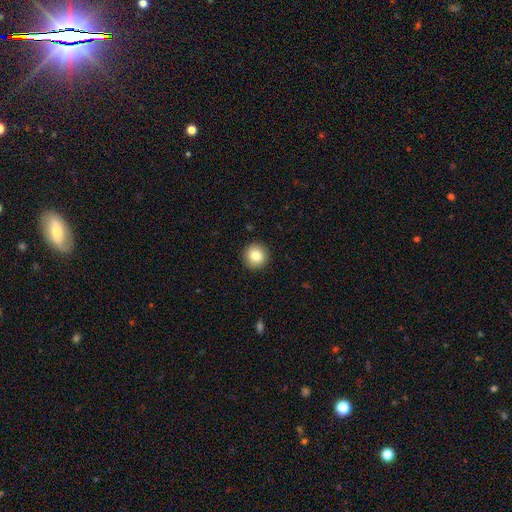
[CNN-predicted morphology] smooth_or_featured: smooth (p=0.83) [alt: star or artifact p=0.09]
how_rounded: round (p=0.95) [alt: in between p=0.04]
merging: none (p=0.92) [alt: minor disturbance p=0.05]